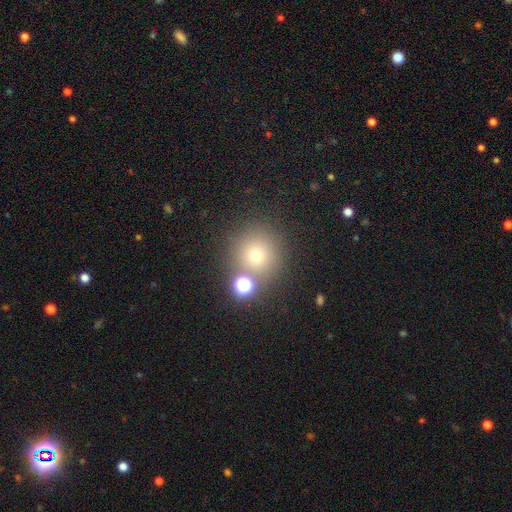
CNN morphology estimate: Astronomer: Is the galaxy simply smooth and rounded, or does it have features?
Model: smooth — 67%.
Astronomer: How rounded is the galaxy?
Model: round — 93%.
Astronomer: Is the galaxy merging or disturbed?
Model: none — 75%.